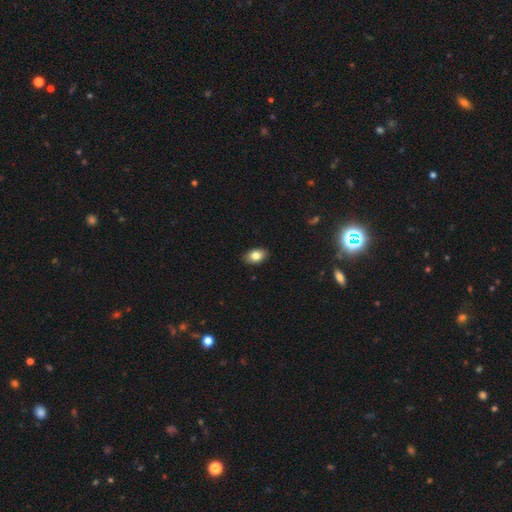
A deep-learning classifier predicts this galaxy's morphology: Smooth or featured? Predicted: smooth (p=0.82). How rounded? Predicted: in between (p=0.86). Merging? Predicted: none (p=0.89).